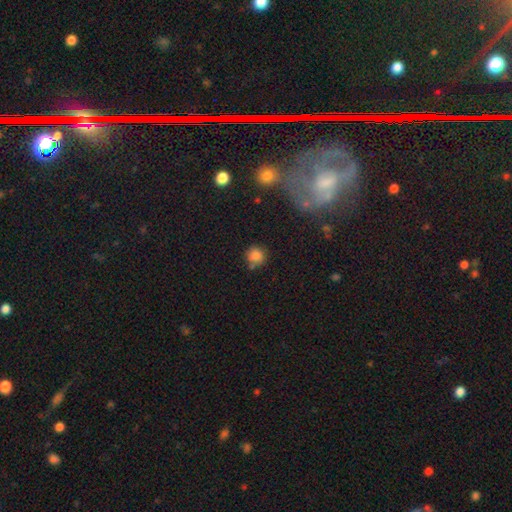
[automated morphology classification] Smooth or featured? Predicted: smooth (p=0.80). How rounded? Predicted: round (p=0.89). Merging? Predicted: none (p=0.68).